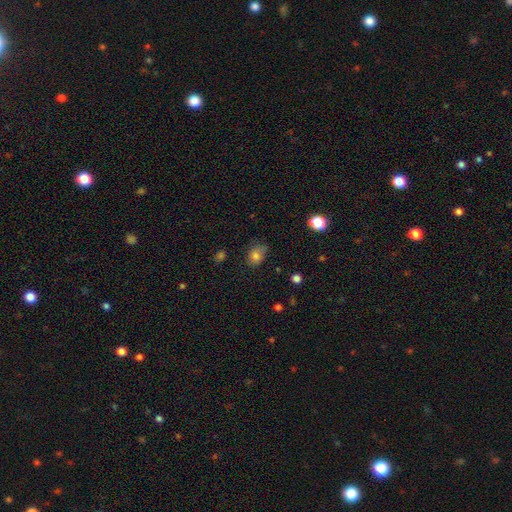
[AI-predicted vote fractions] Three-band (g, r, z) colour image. It shows a smooth galaxy with no disk features (78%) that is in between round and cigar-shaped (65%). Merging: none (62%).